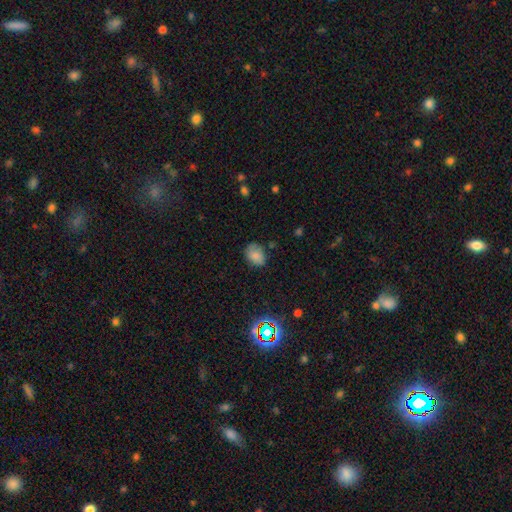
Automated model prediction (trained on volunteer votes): This appears to be a smooth galaxy with no disk features (75%) that is in between round and cigar-shaped (67%). Merging: none (69%).